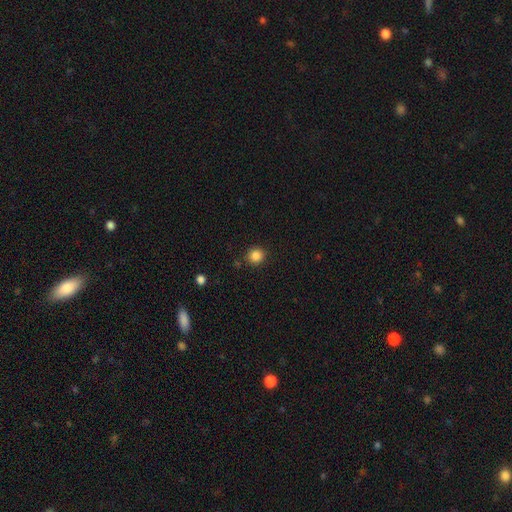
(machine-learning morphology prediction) Overall: smooth (85%). How rounded: round (86%). Merging: none (88%).